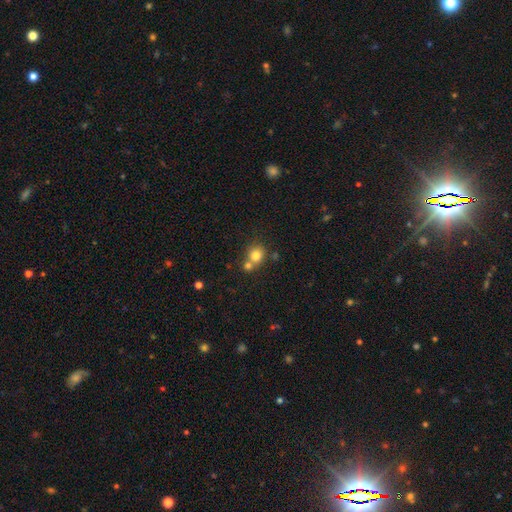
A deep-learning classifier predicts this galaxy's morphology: smooth 79%, star or artifact 12%, featured or disk 10%. Down the decision tree: how rounded — round (83%); merging — none (47%).